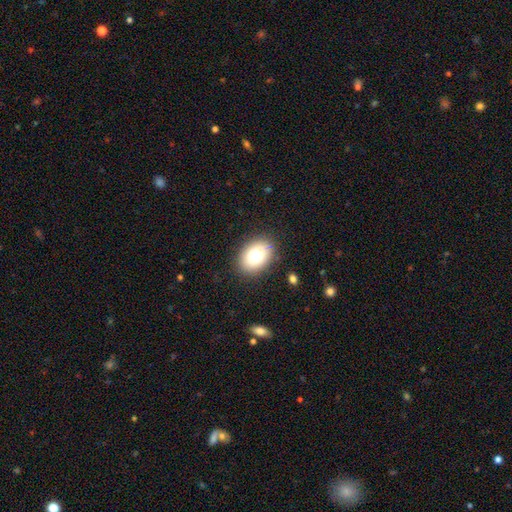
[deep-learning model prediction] Q: Smooth or featured?
A: smooth (77%); runner-up: featured or disk (14%)
Q: How rounded?
A: in between (79%); runner-up: round (20%)
Q: Merging?
A: none (85%); runner-up: minor disturbance (11%)